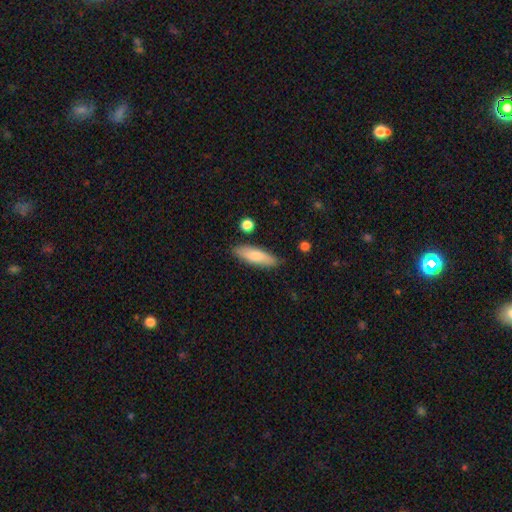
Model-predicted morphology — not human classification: Q: Smooth or featured?
A: smooth (77%); runner-up: featured or disk (17%)
Q: How rounded?
A: cigar-shaped (54%); runner-up: in between (44%)
Q: Merging?
A: none (84%); runner-up: minor disturbance (11%)